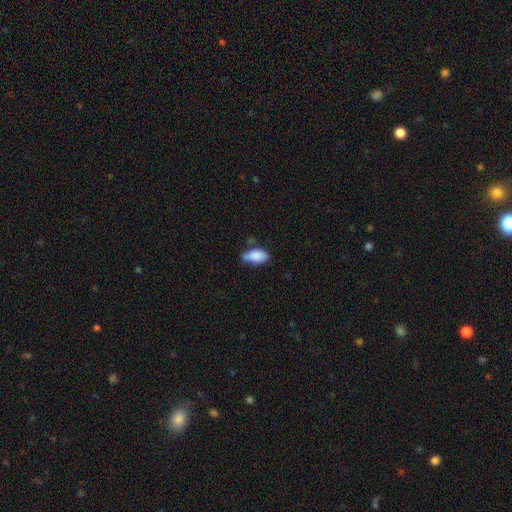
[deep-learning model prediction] The model was most divided on "merging": none: 54%, minor disturbance: 35%, major disturbance: 7%, merger: 4%. More confident: how rounded — in between (91%); smooth or featured — smooth (87%).